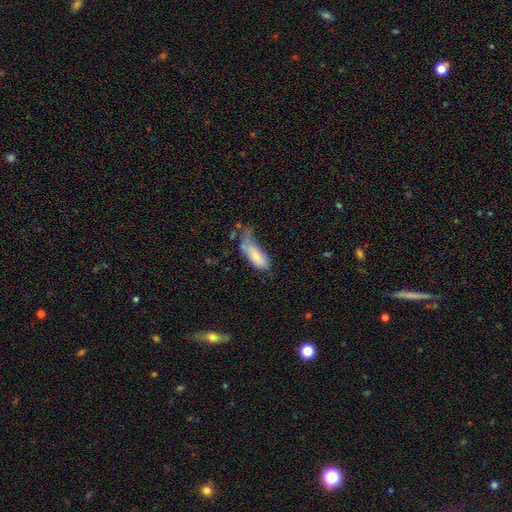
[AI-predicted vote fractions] This appears to be a smooth galaxy with no disk features (76%) that is in between round and cigar-shaped (75%). Merging: major disturbance (36%).